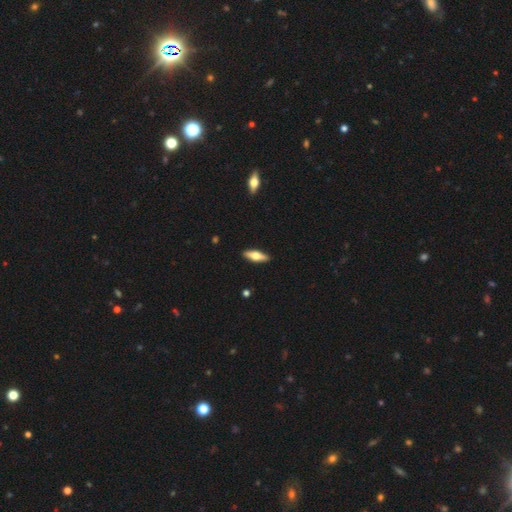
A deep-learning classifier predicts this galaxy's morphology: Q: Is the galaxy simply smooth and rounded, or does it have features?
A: smooth — 51%.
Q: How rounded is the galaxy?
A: in between — 53%.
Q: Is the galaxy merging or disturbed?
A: none — 90%.